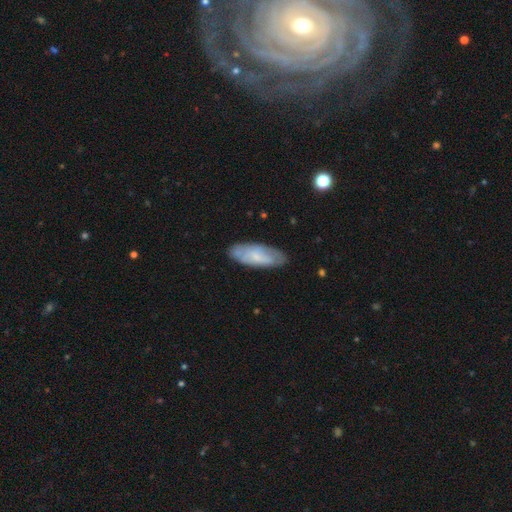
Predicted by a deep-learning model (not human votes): Q: Smooth or featured?
A: smooth (52%); runner-up: featured or disk (41%)
Q: How rounded?
A: in between (69%); runner-up: cigar-shaped (29%)
Q: Merging?
A: none (80%); runner-up: minor disturbance (15%)